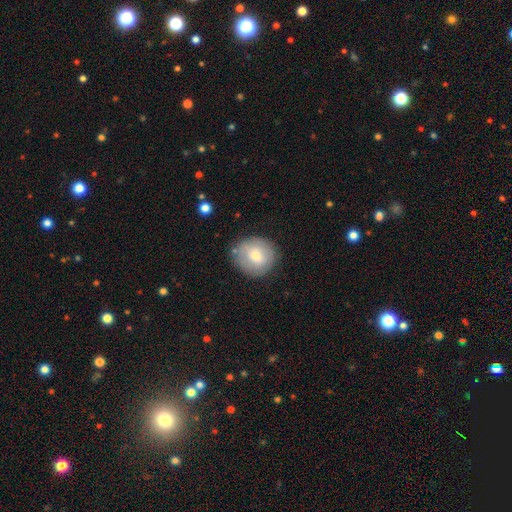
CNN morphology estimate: Smooth or featured: smooth — 68% (featured or disk — 24%)
How rounded: round — 86% (in between — 13%)
Merging: none — 80% (minor disturbance — 15%)